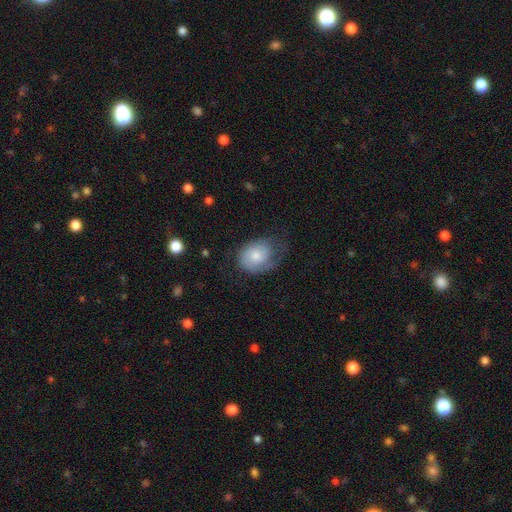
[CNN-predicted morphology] smooth-or-featured: smooth: 54% | featured or disk: 39% | star or artifact: 7%
  how-rounded: in between: 57% | round: 42% | cigar-shaped: 1%
  merging: none: 44% | minor disturbance: 31% | major disturbance: 23% | merger: 2%